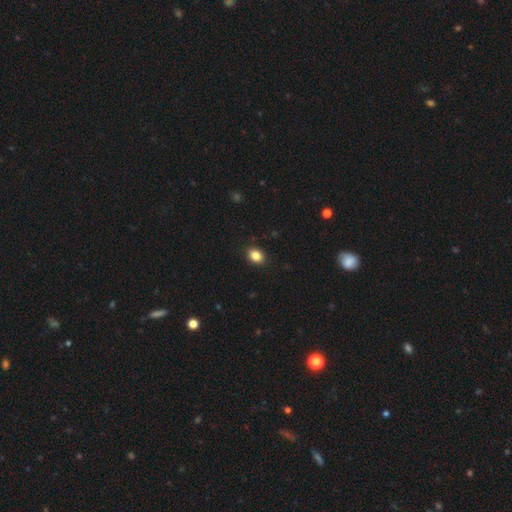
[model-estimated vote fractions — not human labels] Overall: smooth (85%). How rounded: in between (65%; round 34%). Merging: none (90%).